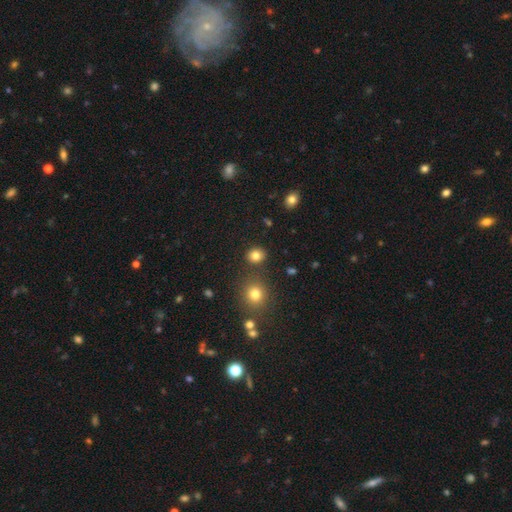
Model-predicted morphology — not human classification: The model was most divided on "how rounded": round: 77%, in between: 22%, cigar-shaped: 1%. More confident: merging — none (84%); smooth or featured — smooth (81%).